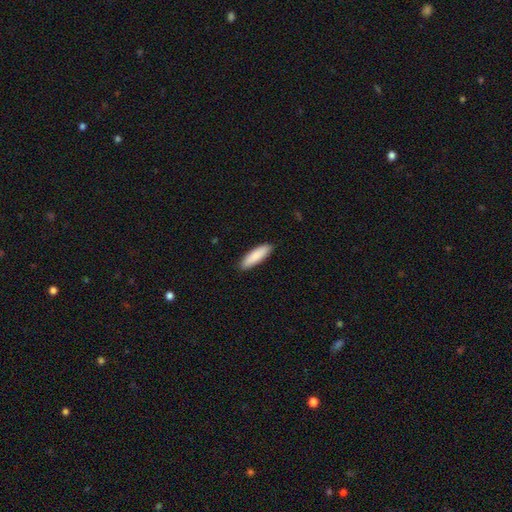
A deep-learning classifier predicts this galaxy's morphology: Overall: smooth (88%). How rounded: cigar-shaped (61%; in between 38%). Merging: none (90%).